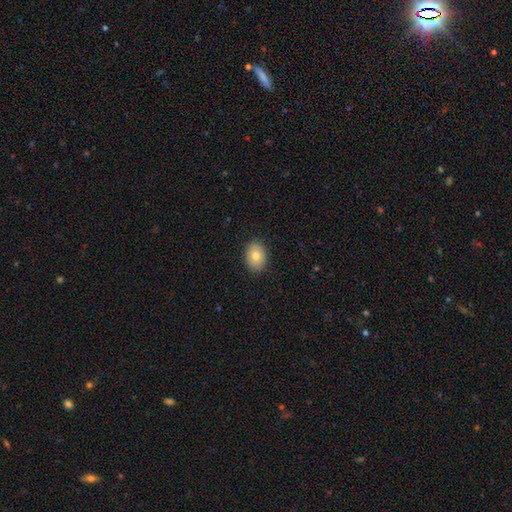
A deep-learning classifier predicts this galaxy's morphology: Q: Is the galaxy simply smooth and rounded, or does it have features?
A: smooth — 79%.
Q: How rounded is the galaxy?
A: in between — 73%.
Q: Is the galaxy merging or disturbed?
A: none — 88%.